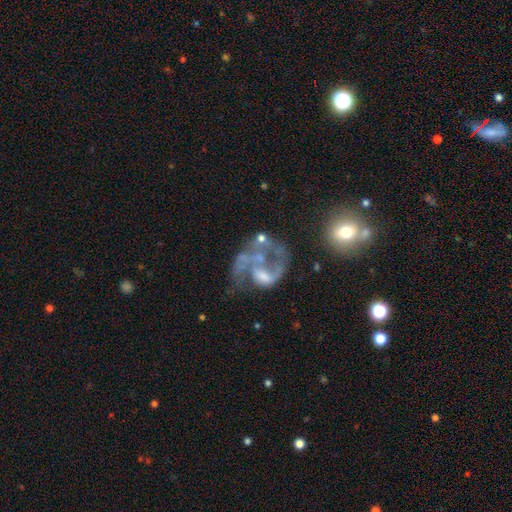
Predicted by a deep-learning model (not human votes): Overall: featured or disk (76%). Edge-on disk: no (98%). Bar: no (68%). Spiral arms: yes (62%; no 38%). Bulge size: none (40%; moderate 28%). Merging: major disturbance (42%; none 29%).